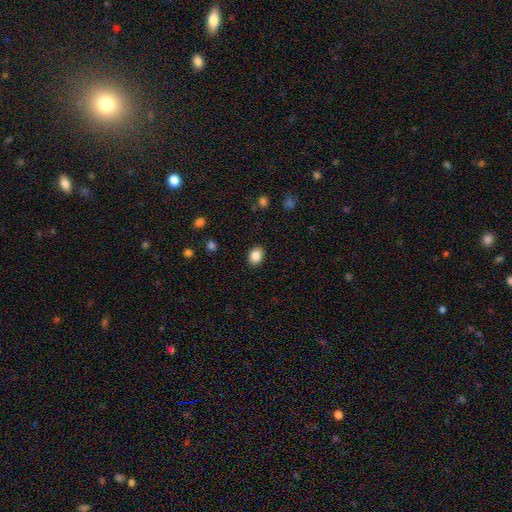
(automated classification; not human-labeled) Smooth or featured? smooth (86%)
How rounded? in between (50%)
Merging? none (89%)